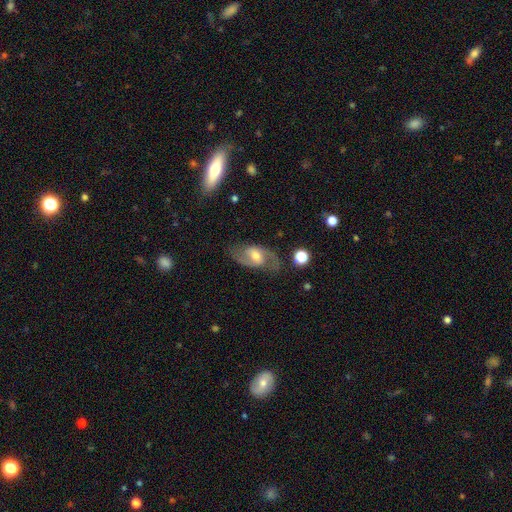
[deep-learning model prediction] This appears to be a featured or disk galaxy (77%) with a weak bar (50%), 2 (89%) medium (50%) spiral arms (90%) and a moderate central bulge (63%). Merging: none (75%).